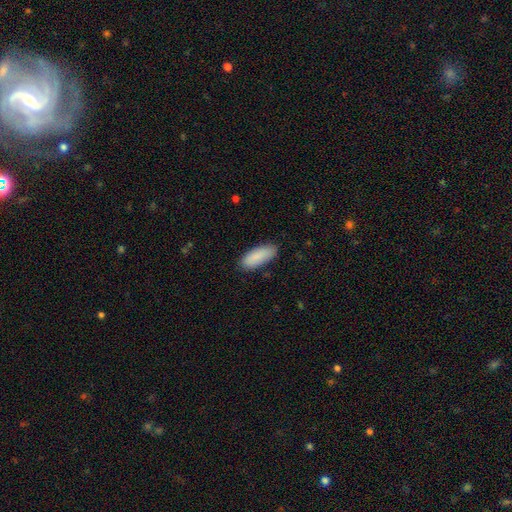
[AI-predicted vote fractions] Smooth or featured: smooth — 88% (star or artifact — 7%)
How rounded: in between — 70% (cigar-shaped — 28%)
Merging: none — 86% (minor disturbance — 11%)